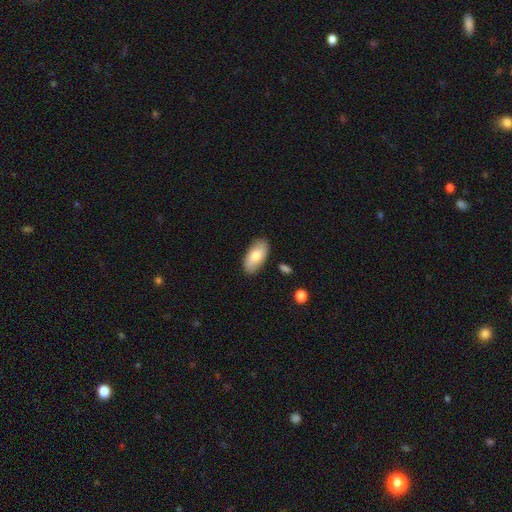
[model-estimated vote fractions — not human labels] This appears to be a smooth galaxy with no disk features (75%) that is in between round and cigar-shaped (94%). Merging: none (85%).